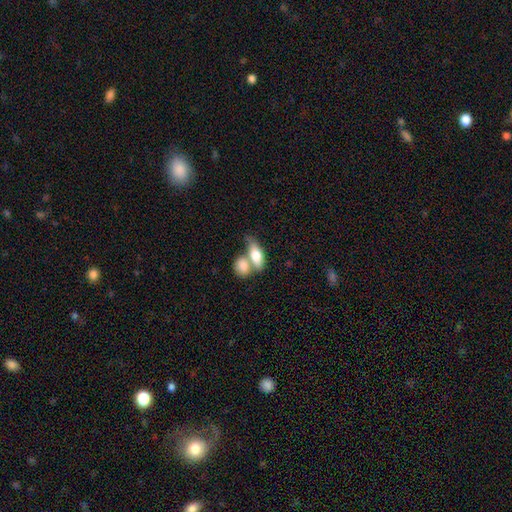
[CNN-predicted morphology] Smooth or featured: smooth — 73% (featured or disk — 22%)
How rounded: in between — 81% (cigar-shaped — 12%)
Merging: merger — 60% (none — 24%)